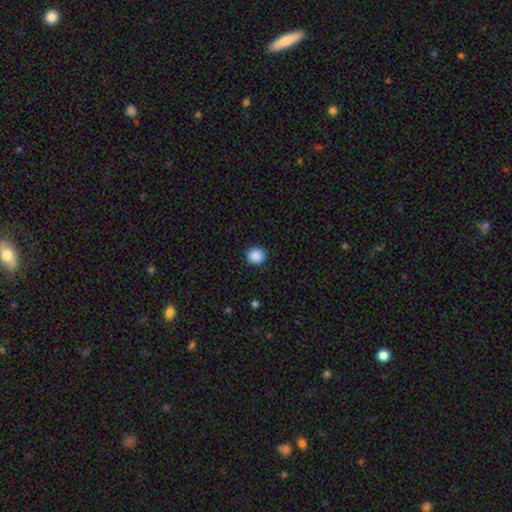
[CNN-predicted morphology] Overall: smooth (89%). How rounded: round (88%). Merging: none (92%).